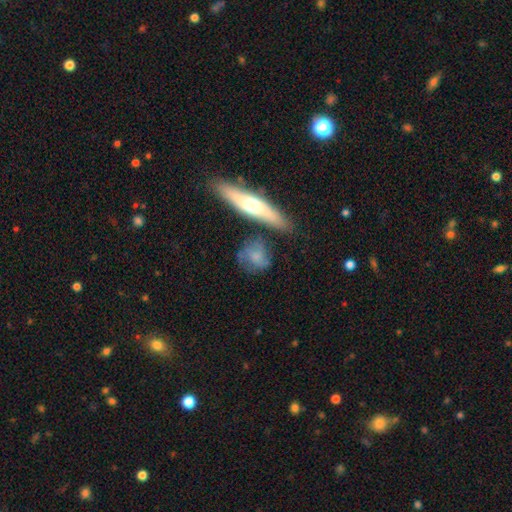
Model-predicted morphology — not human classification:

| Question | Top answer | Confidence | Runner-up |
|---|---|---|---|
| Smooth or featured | smooth | 58% | featured or disk (34%) |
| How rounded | round | 50% | in between (36%) |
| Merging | none | 65% | minor disturbance (20%) |